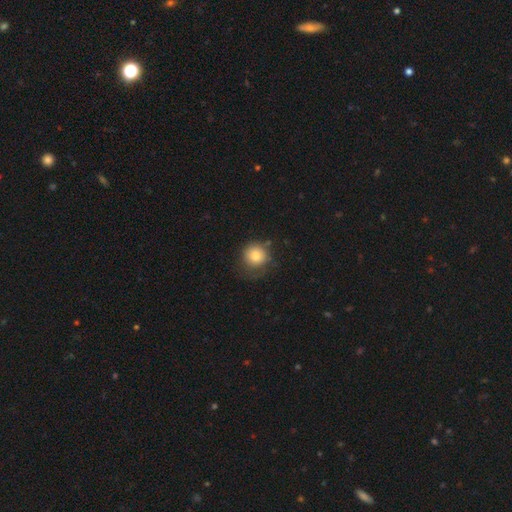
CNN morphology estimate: A smooth galaxy with no disk features (80%) that is round (90%). Merging: none (59%).